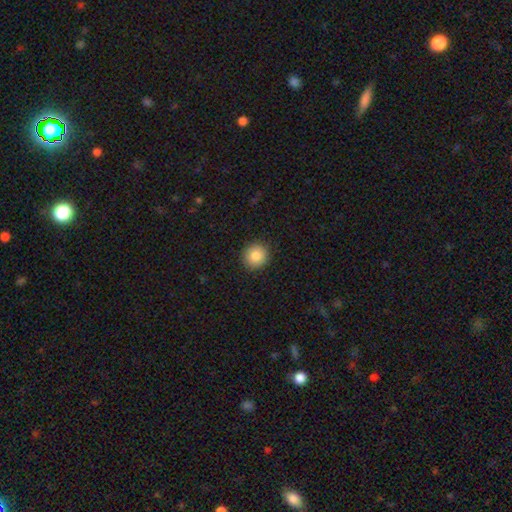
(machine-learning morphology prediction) smooth 85%, star or artifact 9%, featured or disk 6%. Down the decision tree: how rounded — round (92%); merging — none (92%).